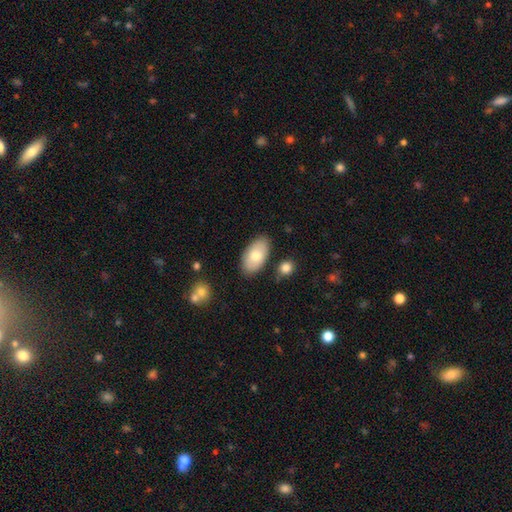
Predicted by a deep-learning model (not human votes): This is likely a smooth galaxy (75%). How rounded: clearly in between (95%). Merging: clearly none (82%).